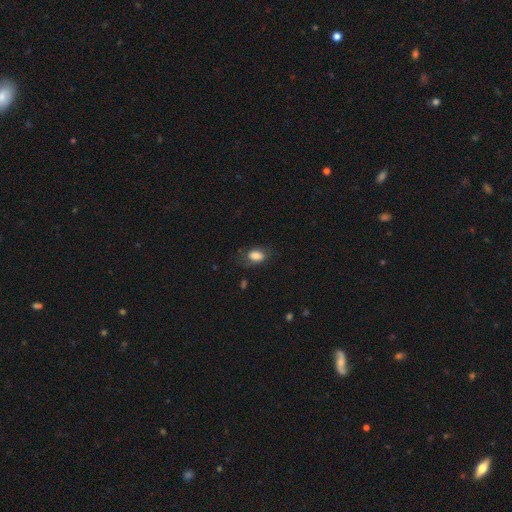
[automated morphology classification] Overall: smooth (77%). How rounded: in between (85%). Merging: none (59%; minor disturbance 25%).